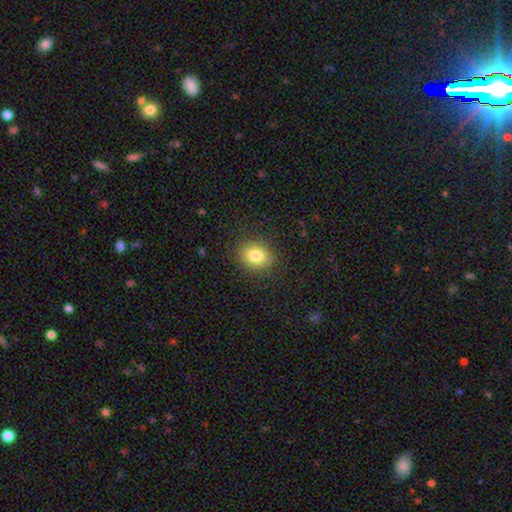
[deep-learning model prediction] A smooth galaxy with no disk features (82%) that is in between round and cigar-shaped (50%).

Vote fractions:
- Smooth or featured? smooth: 82% / star or artifact: 10% / featured or disk: 8%
- How rounded? in between: 50% / round: 49% / cigar-shaped: 1%
- Merging? none: 87% / minor disturbance: 9% / major disturbance: 3% / merger: 1%